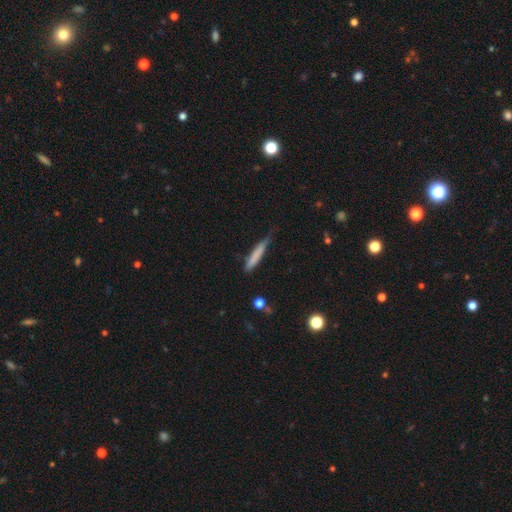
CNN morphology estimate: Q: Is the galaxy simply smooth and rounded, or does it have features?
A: smooth — 75%.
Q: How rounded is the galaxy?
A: cigar-shaped — 93%.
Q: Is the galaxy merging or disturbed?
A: none — 61%.